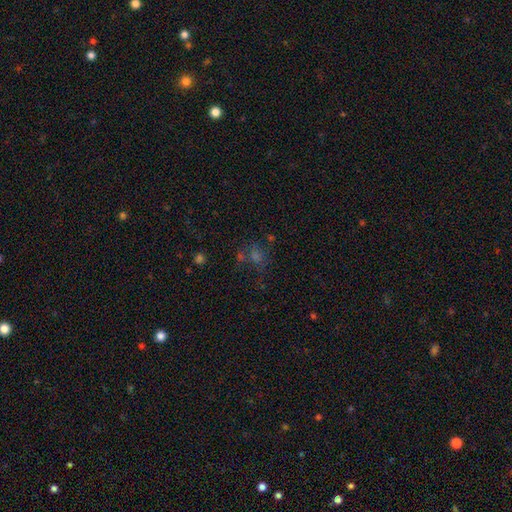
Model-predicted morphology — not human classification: Smooth or featured?
  - star or artifact: 41% *
  - smooth: 39%
  - featured or disk: 20%